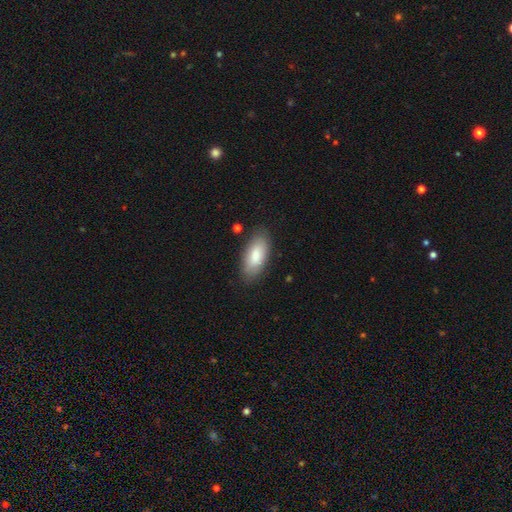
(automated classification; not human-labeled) The model was most divided on "smooth or featured": smooth: 81%, featured or disk: 13%, star or artifact: 6%. More confident: how rounded — in between (88%); merging — none (83%).